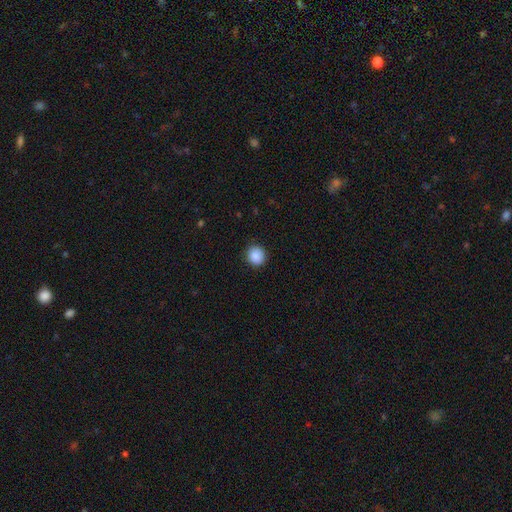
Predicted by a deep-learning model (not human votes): A smooth galaxy with no disk features (89%) that is round (91%). Merging: none (90%).